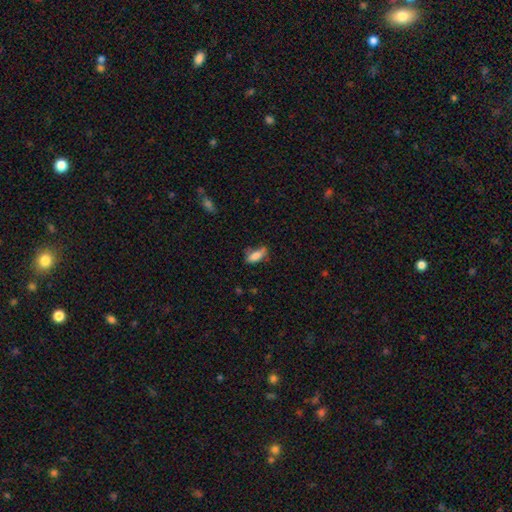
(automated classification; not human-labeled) A smooth galaxy with no disk features (77%) that is in between round and cigar-shaped (79%).

Vote fractions:
- Smooth or featured? smooth: 77% / featured or disk: 14% / star or artifact: 9%
- How rounded? in between: 79% / cigar-shaped: 18% / round: 3%
- Merging? none: 49% / minor disturbance: 32% / major disturbance: 13% / merger: 6%